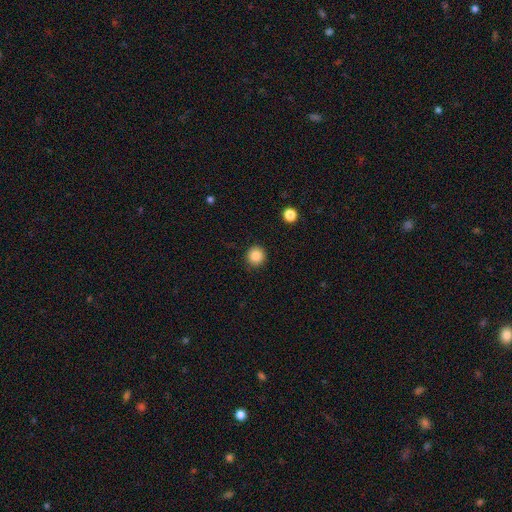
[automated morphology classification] Smooth or featured? smooth (87%)
How rounded? round (95%)
Merging? none (91%)